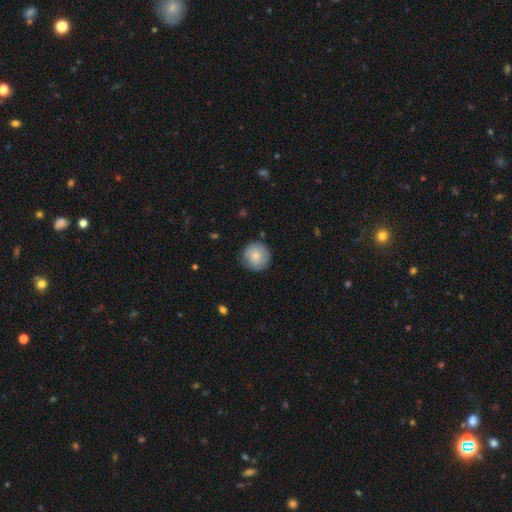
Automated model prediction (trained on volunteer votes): The model was most divided on "smooth or featured": smooth: 74%, featured or disk: 20%, star or artifact: 6%. More confident: how rounded — round (94%); merging — none (86%).